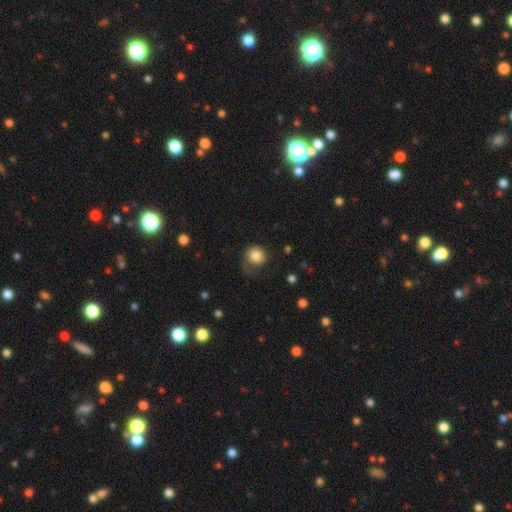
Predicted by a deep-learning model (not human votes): smooth_or_featured: smooth (p=0.83) [alt: star or artifact p=0.09]
how_rounded: round (p=0.88) [alt: in between p=0.11]
merging: none (p=0.59) [alt: minor disturbance p=0.24]